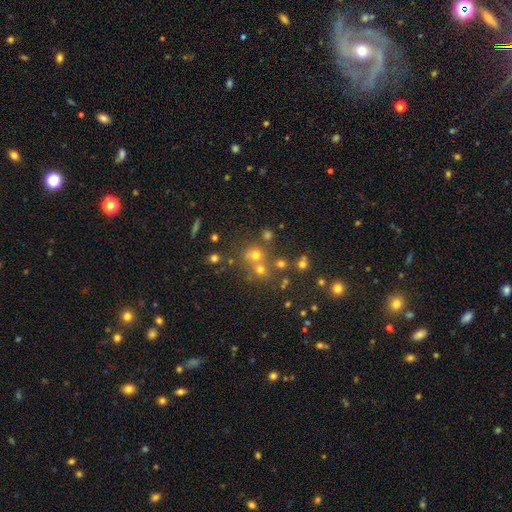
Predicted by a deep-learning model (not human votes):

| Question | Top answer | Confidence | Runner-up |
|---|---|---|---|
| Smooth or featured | smooth | 59% | star or artifact (27%) |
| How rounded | round | 87% | in between (12%) |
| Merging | none | 57% | merger (31%) |